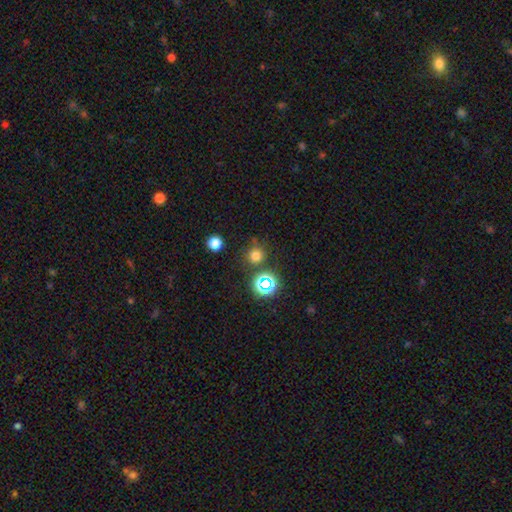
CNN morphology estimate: This is likely a smooth galaxy (69%). How rounded: clearly round (92%). Merging: likely none (78%).